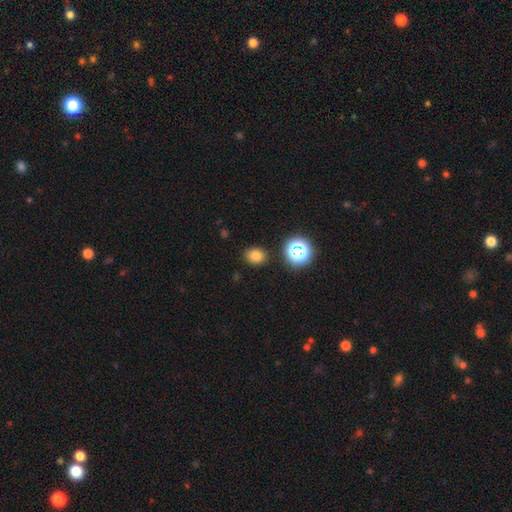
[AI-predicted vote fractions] Smooth or featured?
  - smooth: 77% *
  - star or artifact: 17%
  - featured or disk: 6%
How rounded?
  - round: 58% *
  - in between: 41%
  - cigar-shaped: 1%
Merging?
  - none: 87% *
  - minor disturbance: 8%
  - merger: 3%
  - major disturbance: 2%